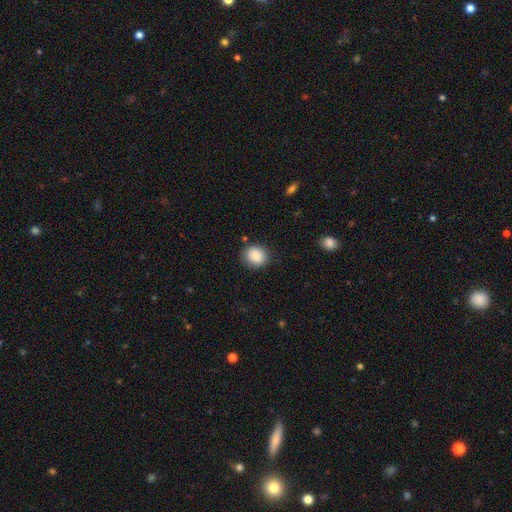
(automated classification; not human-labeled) Smooth or featured? smooth (87%)
How rounded? round (75%)
Merging? none (84%)